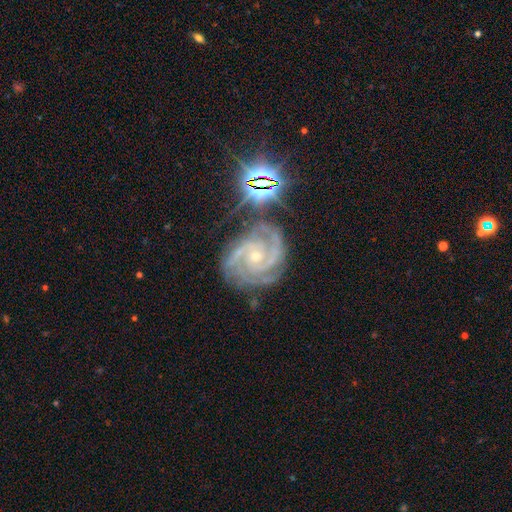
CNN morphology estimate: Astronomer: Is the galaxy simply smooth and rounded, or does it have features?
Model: featured or disk — 90%.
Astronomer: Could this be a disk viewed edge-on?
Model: no — 98%.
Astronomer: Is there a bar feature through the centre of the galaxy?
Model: no — 71%.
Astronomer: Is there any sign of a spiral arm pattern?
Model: yes — 99%.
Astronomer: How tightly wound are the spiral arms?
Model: tight — 68%.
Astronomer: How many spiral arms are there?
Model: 3 — 40% (runner-up: 2, 29%).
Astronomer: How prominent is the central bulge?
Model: small — 73%.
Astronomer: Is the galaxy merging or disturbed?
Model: none — 68%.